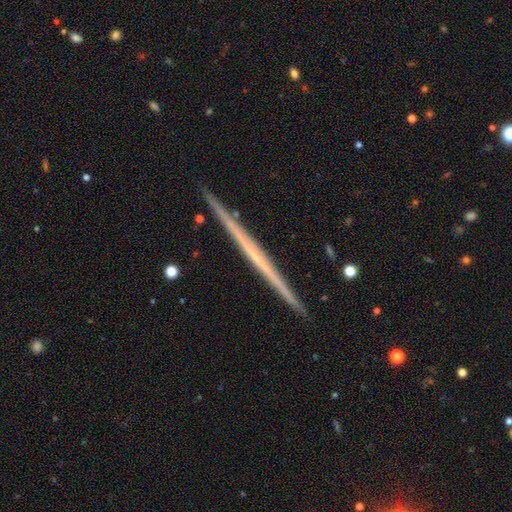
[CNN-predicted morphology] type=featured or disk (69%); edge-on=yes (98%); edge-on bulge=none (90%); merging=none (92%).